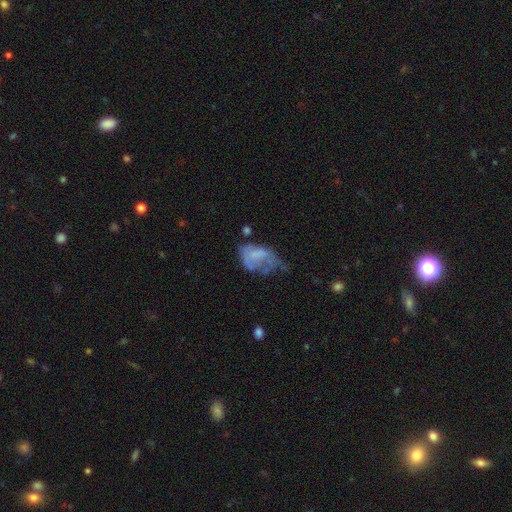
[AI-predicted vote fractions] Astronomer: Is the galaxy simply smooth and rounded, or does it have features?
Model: smooth — 45% (runner-up: featured or disk, 44%).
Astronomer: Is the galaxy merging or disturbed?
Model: major disturbance — 47% (runner-up: minor disturbance, 27%).